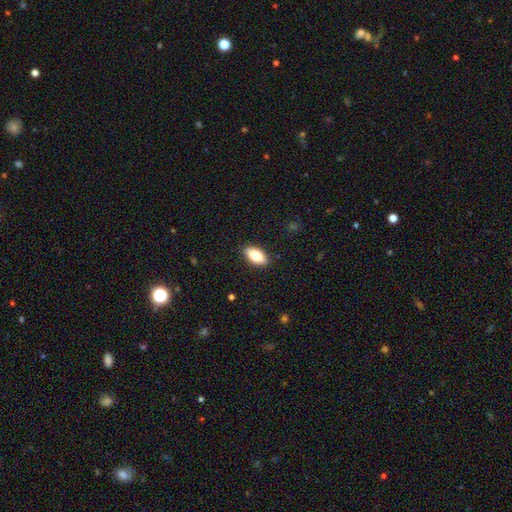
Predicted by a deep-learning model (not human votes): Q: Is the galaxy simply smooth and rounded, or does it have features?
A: smooth — 79%.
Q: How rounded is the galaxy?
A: in between — 90%.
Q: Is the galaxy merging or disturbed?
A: none — 89%.